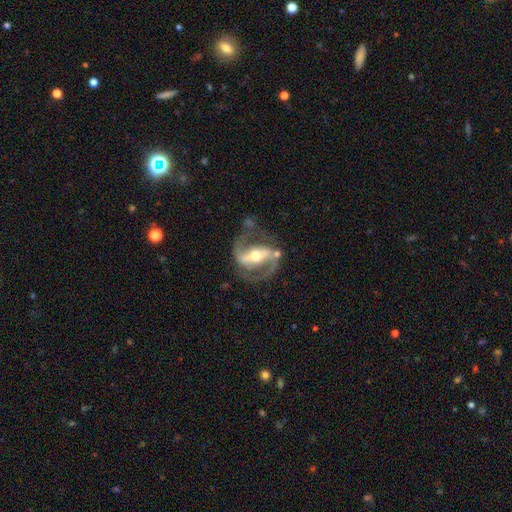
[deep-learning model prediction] Morphology: type=featured or disk (89%); edge-on=no (96%); bar=strong (67%); spiral arms=yes (92%); winding=medium (57%); arm count=2 (91%); bulge=moderate (64%); merging=none (70%).